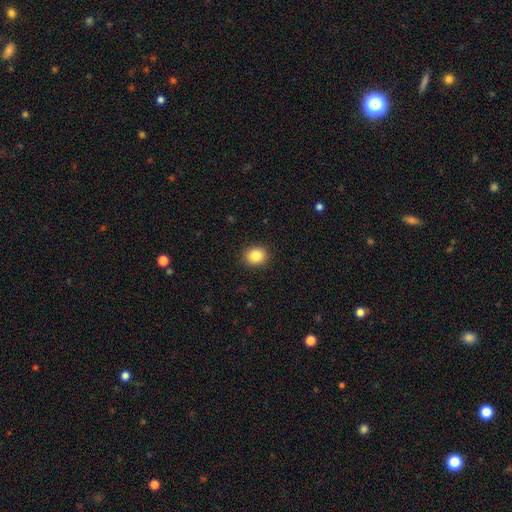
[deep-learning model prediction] Smooth or featured?
  - smooth: 85% *
  - star or artifact: 9%
  - featured or disk: 5%
How rounded?
  - round: 64% *
  - in between: 35%
  - cigar-shaped: 1%
Merging?
  - none: 90% *
  - minor disturbance: 7%
  - major disturbance: 2%
  - merger: 1%